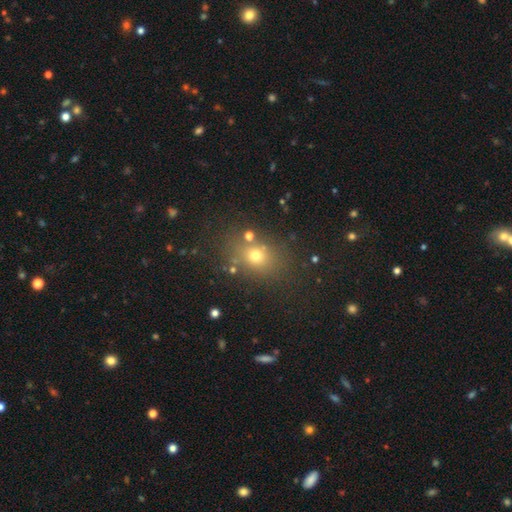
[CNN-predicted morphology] A smooth galaxy with no disk features (66%) that is round (53%).

Vote fractions:
- Smooth or featured? smooth: 66% / star or artifact: 21% / featured or disk: 12%
- How rounded? round: 53% / in between: 46% / cigar-shaped: 1%
- Merging? none: 77% / minor disturbance: 11% / merger: 7% / major disturbance: 5%